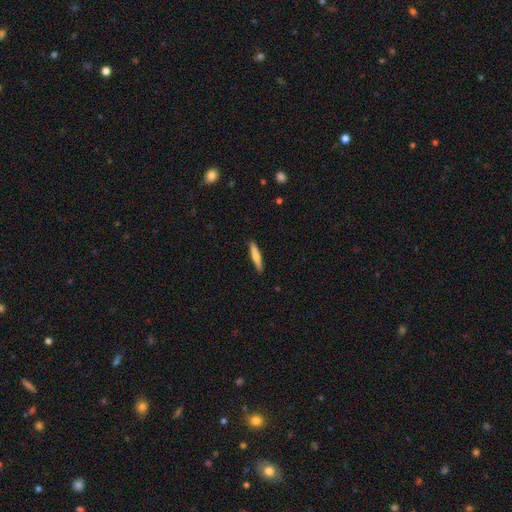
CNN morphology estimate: Smooth or featured? Predicted: smooth (p=0.67). How rounded? Predicted: cigar-shaped (p=0.91). Merging? Predicted: none (p=0.90).